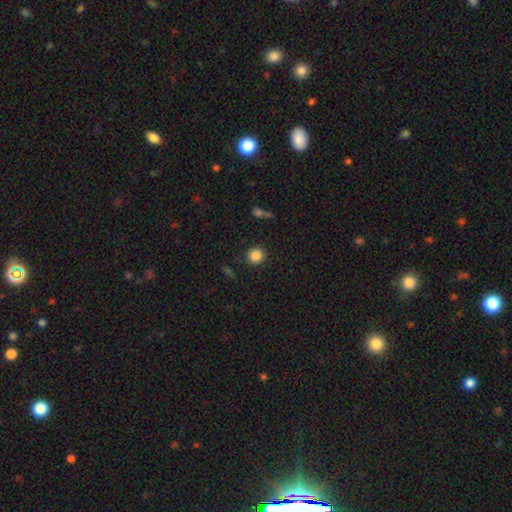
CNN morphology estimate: Smooth or featured? smooth (85%)
How rounded? round (91%)
Merging? none (89%)